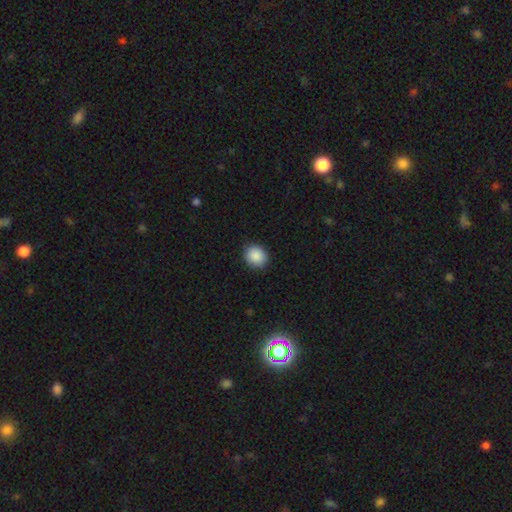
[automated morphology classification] A smooth galaxy with no disk features (89%) that is round (79%). Merging: none (88%).